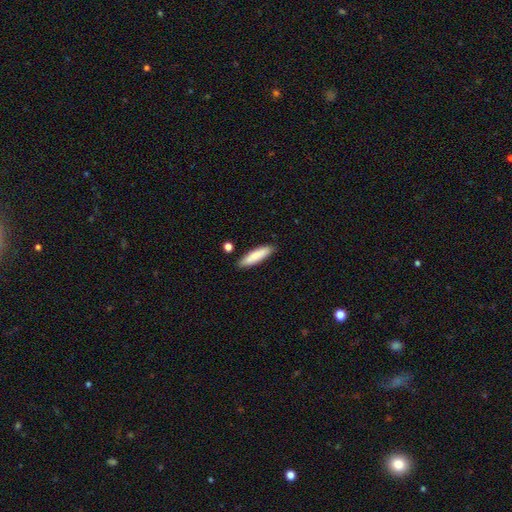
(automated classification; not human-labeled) The model was most divided on "how rounded": cigar-shaped: 68%, in between: 30%, round: 1%. More confident: merging — none (86%); smooth or featured — smooth (84%).